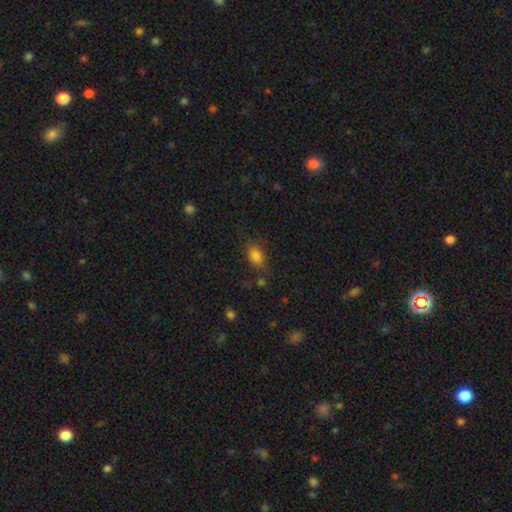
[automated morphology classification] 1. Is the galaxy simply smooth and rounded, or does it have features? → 81% smooth, 12% star or artifact, 7% featured or disk.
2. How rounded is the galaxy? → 79% in between, 18% round, 3% cigar-shaped.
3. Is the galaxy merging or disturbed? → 68% none, 21% minor disturbance, 7% major disturbance, 4% merger.